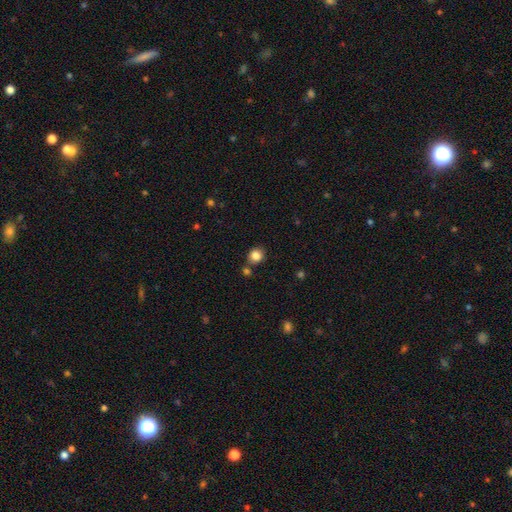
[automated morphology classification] This is clearly a smooth galaxy (85%). How rounded: clearly round (84%). Merging: likely none (77%).